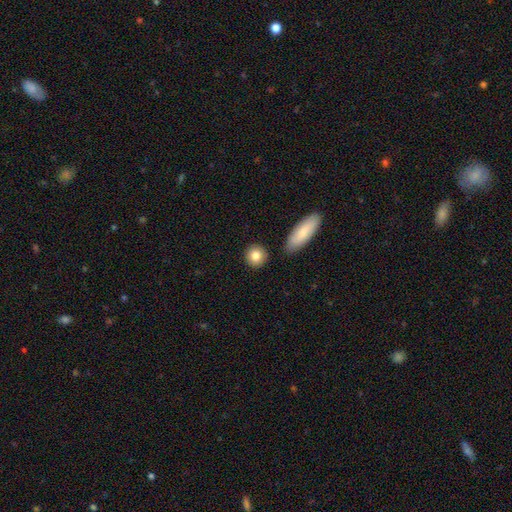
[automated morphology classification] Smooth or featured: smooth — 84% (featured or disk — 9%)
How rounded: round — 85% (in between — 13%)
Merging: none — 86% (minor disturbance — 8%)